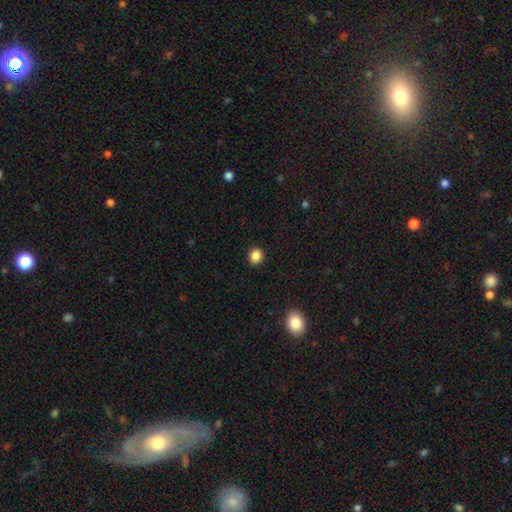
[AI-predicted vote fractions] smooth 87%, star or artifact 10%, featured or disk 3%. Down the decision tree: how rounded — round (74%); merging — none (91%).